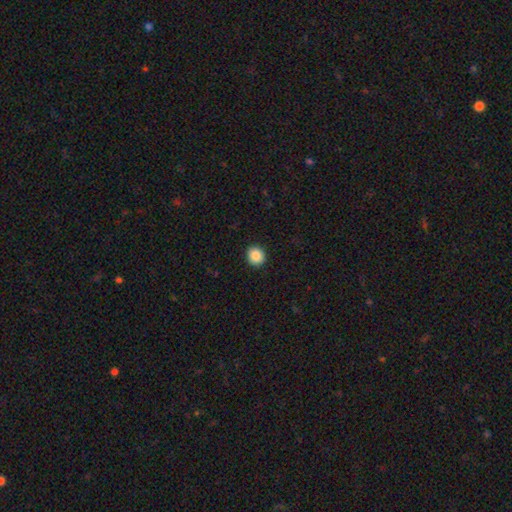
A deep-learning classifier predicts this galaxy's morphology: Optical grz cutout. It shows a smooth galaxy with no disk features (88%) that is round (87%). Merging: none (92%).